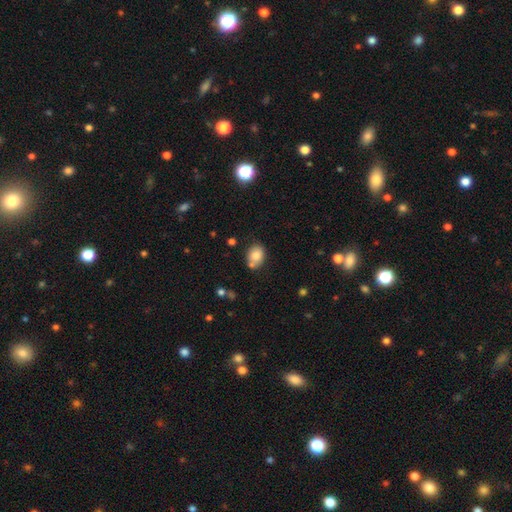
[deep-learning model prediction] The model was most divided on "how rounded": in between: 65%, round: 34%, cigar-shaped: 1%. More confident: smooth or featured — smooth (78%); merging — none (65%).